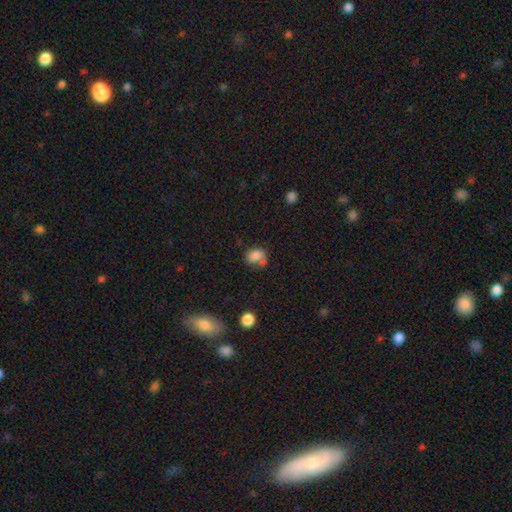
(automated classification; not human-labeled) smooth-or-featured: smooth: 77% | star or artifact: 12% | featured or disk: 11%
  how-rounded: in between: 67% | round: 31% | cigar-shaped: 1%
  merging: none: 38% | merger: 29% | minor disturbance: 22% | major disturbance: 11%